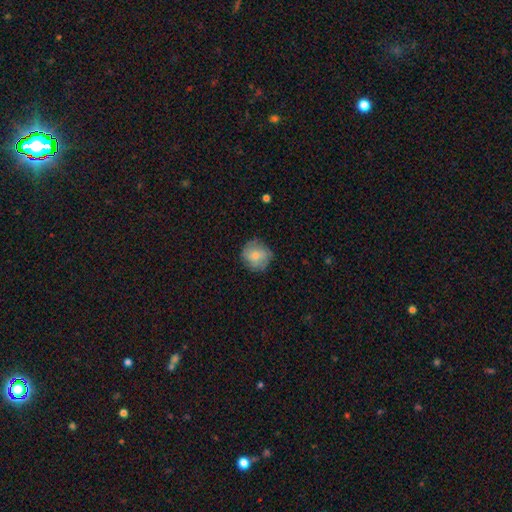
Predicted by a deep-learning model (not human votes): Smooth or featured?
  - smooth: 67% *
  - featured or disk: 25%
  - star or artifact: 8%
How rounded?
  - round: 85% *
  - in between: 14%
  - cigar-shaped: 1%
Merging?
  - none: 73% *
  - minor disturbance: 20%
  - major disturbance: 6%
  - merger: 1%